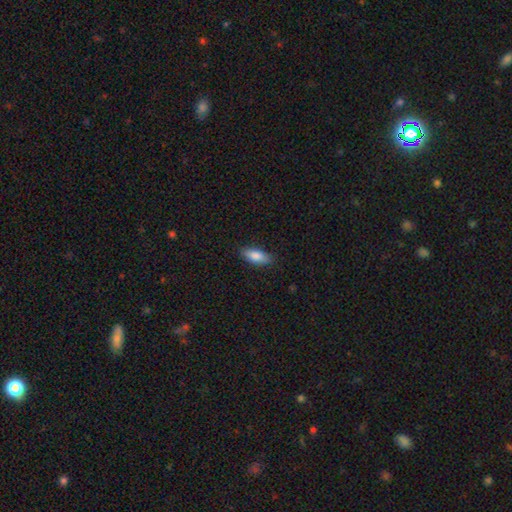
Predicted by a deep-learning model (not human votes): The model was most divided on "how rounded": in between: 77%, cigar-shaped: 21%, round: 2%. More confident: merging — none (87%); smooth or featured — smooth (84%).